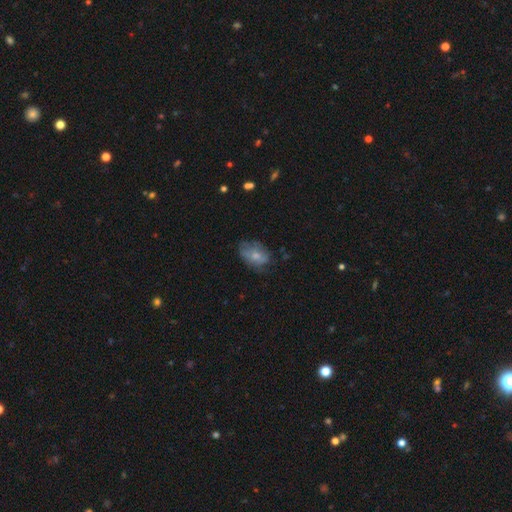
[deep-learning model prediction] Q: Smooth or featured?
A: smooth (59%); runner-up: featured or disk (33%)
Q: How rounded?
A: in between (82%); runner-up: round (17%)
Q: Merging?
A: none (53%); runner-up: minor disturbance (30%)